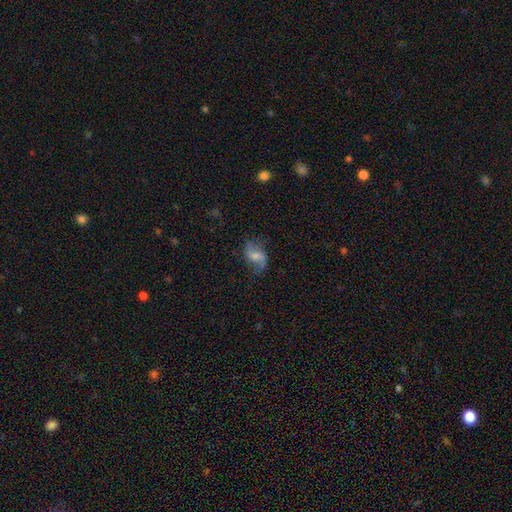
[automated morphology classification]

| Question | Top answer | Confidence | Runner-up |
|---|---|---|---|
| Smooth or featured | featured or disk | 69% | smooth (24%) |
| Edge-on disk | no | 97% | yes (3%) |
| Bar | weak | 44% | no (42%) |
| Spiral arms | yes | 92% | no (8%) |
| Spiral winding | loose | 73% | medium (21%) |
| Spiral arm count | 2 | 91% | can't tell (3%) |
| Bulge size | moderate | 45% | small (38%) |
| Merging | none | 73% | minor disturbance (17%) |